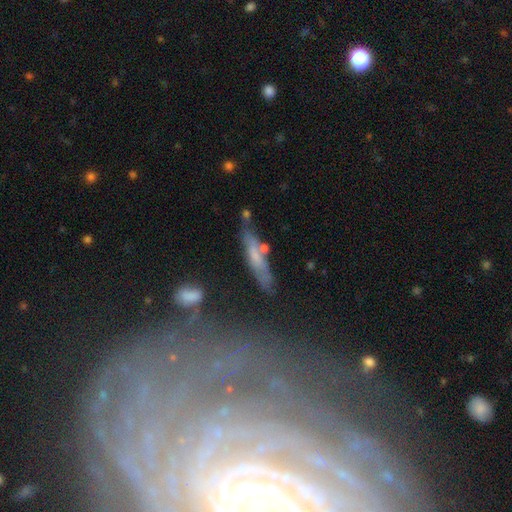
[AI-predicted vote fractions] smooth-or-featured: smooth: 52% | featured or disk: 41% | star or artifact: 7%
  how-rounded: cigar-shaped: 85% | in between: 13% | round: 2%
  merging: none: 67% | minor disturbance: 18% | merger: 9% | major disturbance: 6%